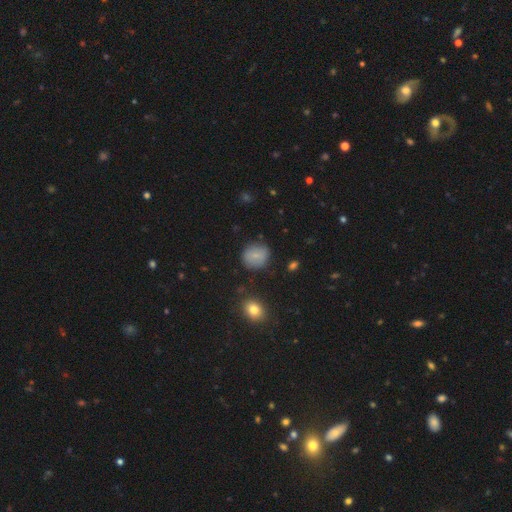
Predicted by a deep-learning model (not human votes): Morphology: type=smooth (75%); roundness=round (76%); merging=none (80%).